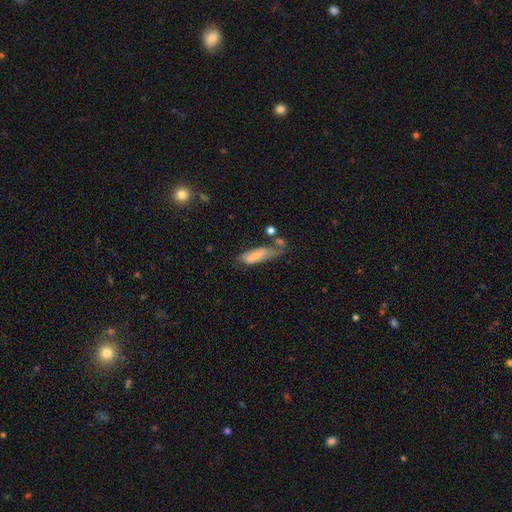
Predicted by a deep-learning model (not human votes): smooth-or-featured: smooth: 65% | featured or disk: 28% | star or artifact: 7%
  how-rounded: in between: 58% | cigar-shaped: 39% | round: 2%
  merging: none: 32% | minor disturbance: 29% | major disturbance: 24% | merger: 14%